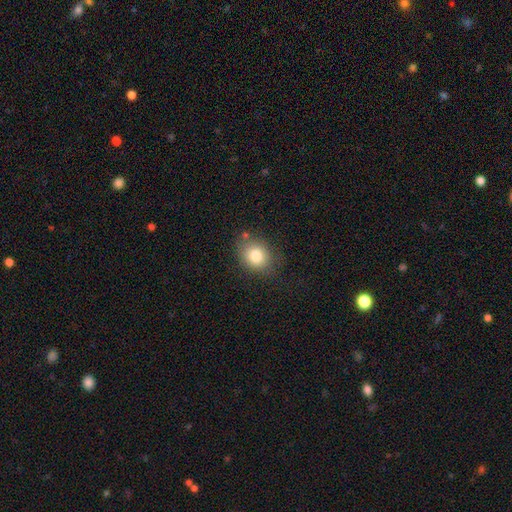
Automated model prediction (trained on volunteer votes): Smooth or featured? smooth (81%)
How rounded? round (54%)
Merging? none (75%)